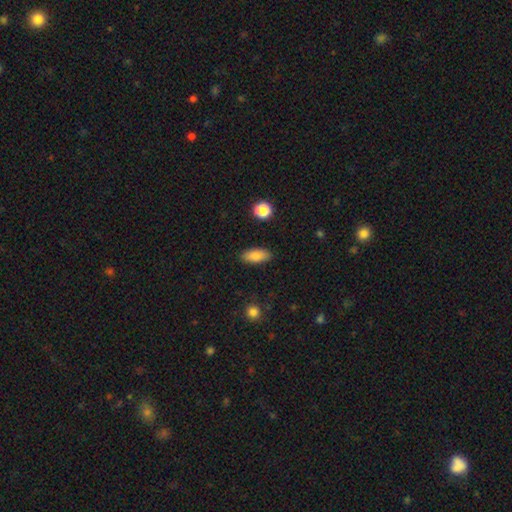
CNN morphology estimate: The model was most divided on "how rounded": in between: 82%, cigar-shaped: 15%, round: 3%. More confident: merging — none (88%); smooth or featured — smooth (86%).